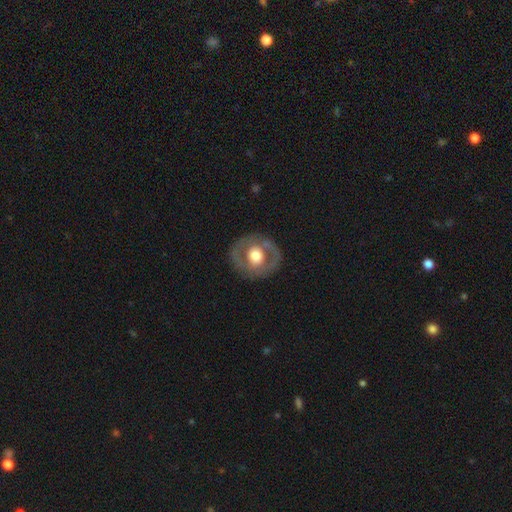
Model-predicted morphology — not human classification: smooth-or-featured: featured or disk: 56% | smooth: 38% | star or artifact: 6%
  disk-edge-on: no: 95% | yes: 5%
    bar: no: 79% | weak: 16% | strong: 5%
    has-spiral-arms: no: 77% | yes: 23%
    bulge-size: moderate: 49% | large: 43% | dominant: 4% | small: 3% | none: 1%
  merging: none: 81% | minor disturbance: 12% | major disturbance: 6% | merger: 1%